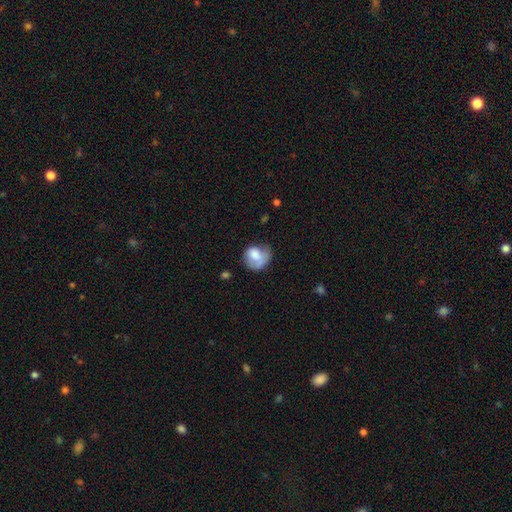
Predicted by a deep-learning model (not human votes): Morphology: type=smooth (65%); roundness=round (68%); merging=none (38%).